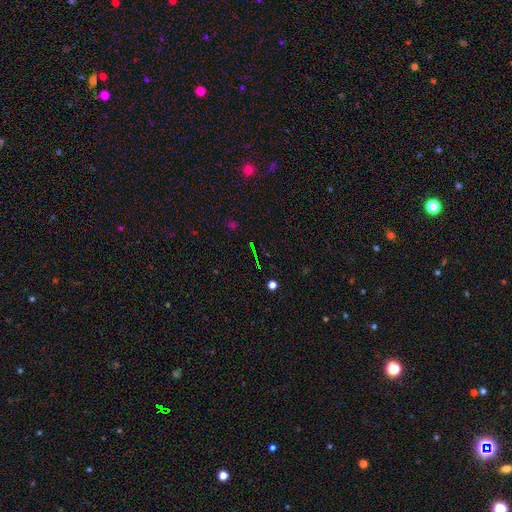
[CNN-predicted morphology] Q: Smooth or featured?
A: star or artifact (69%); runner-up: smooth (16%)